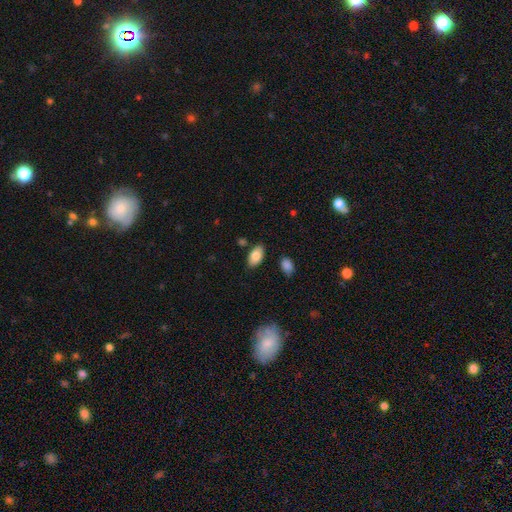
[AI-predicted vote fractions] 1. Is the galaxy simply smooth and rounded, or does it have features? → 81% smooth, 12% featured or disk, 7% star or artifact.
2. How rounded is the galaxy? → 95% in between, 3% round, 2% cigar-shaped.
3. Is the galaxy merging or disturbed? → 83% none, 12% minor disturbance, 3% merger, 2% major disturbance.